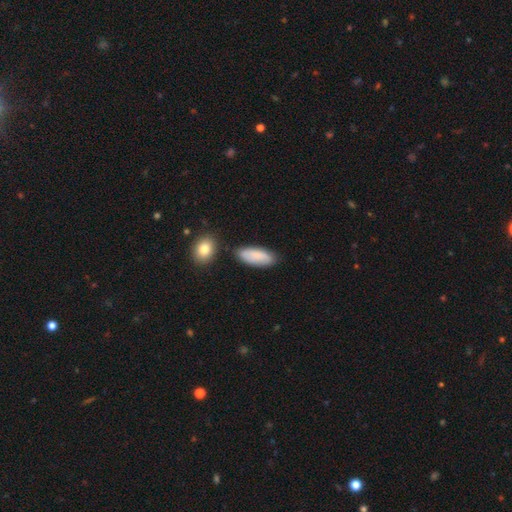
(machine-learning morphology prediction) smooth_or_featured: smooth (p=0.81) [alt: featured or disk p=0.13]
how_rounded: in between (p=0.79) [alt: cigar-shaped p=0.18]
merging: none (p=0.76) [alt: minor disturbance p=0.15]